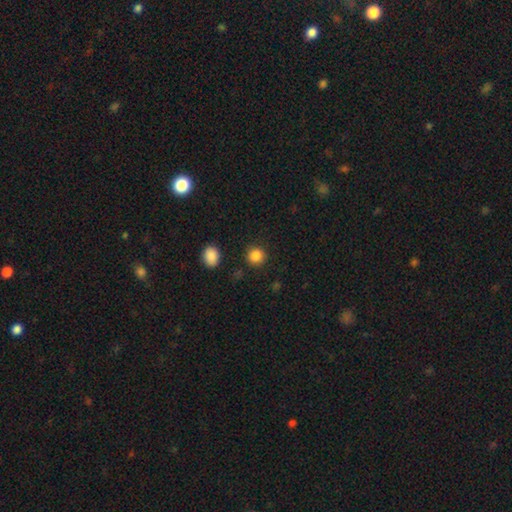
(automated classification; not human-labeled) Smooth or featured? Predicted: smooth (p=0.86). How rounded? Predicted: round (p=0.91). Merging? Predicted: none (p=0.89).